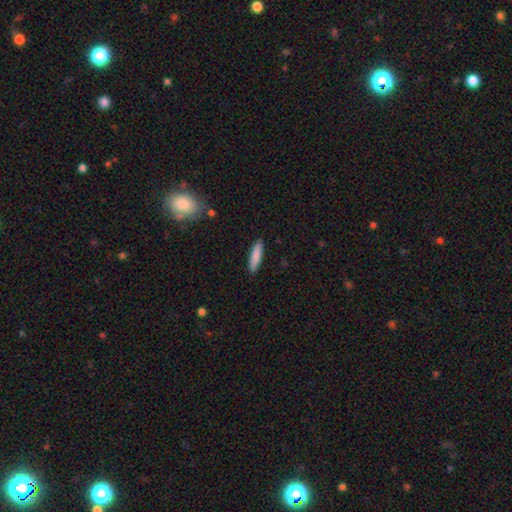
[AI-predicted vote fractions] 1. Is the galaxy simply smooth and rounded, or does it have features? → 85% smooth, 10% featured or disk, 6% star or artifact.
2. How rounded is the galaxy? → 78% cigar-shaped, 21% in between, 1% round.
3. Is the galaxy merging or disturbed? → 90% none, 7% minor disturbance, 2% major disturbance, 1% merger.